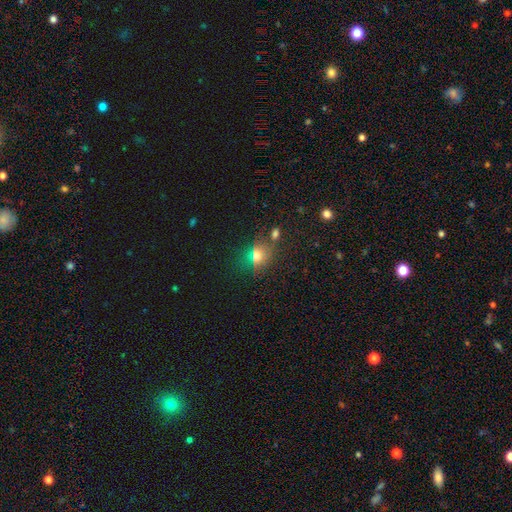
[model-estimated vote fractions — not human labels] A smooth galaxy with no disk features (62%) that is round (57%). Merging: none (70%).